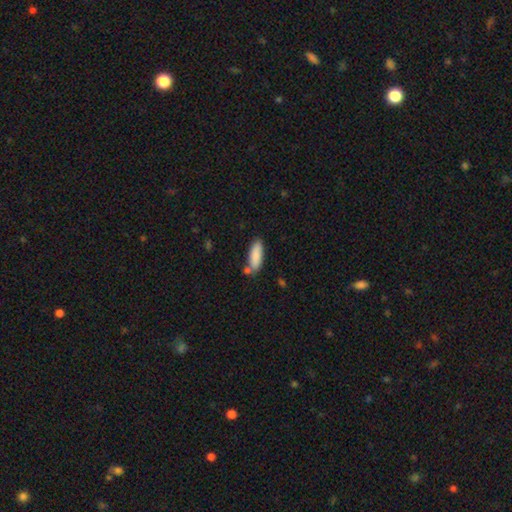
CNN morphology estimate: Smooth or featured?
  - smooth: 88% *
  - star or artifact: 6%
  - featured or disk: 6%
How rounded?
  - in between: 58% *
  - cigar-shaped: 40%
  - round: 2%
Merging?
  - none: 72% *
  - minor disturbance: 15%
  - merger: 10%
  - major disturbance: 3%